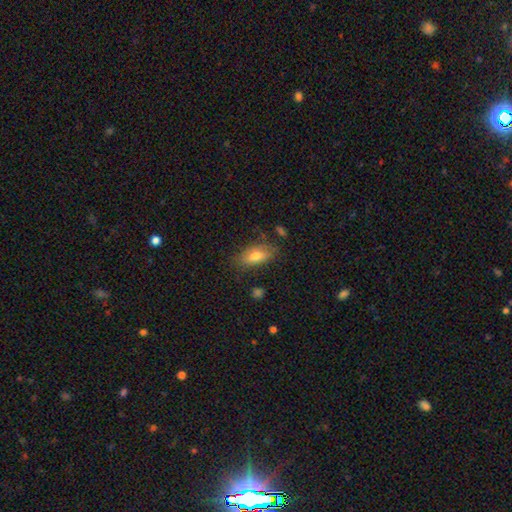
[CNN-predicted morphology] Smooth or featured?
  - smooth: 76% *
  - featured or disk: 17%
  - star or artifact: 8%
How rounded?
  - in between: 85% *
  - cigar-shaped: 11%
  - round: 4%
Merging?
  - none: 73% *
  - minor disturbance: 19%
  - major disturbance: 5%
  - merger: 3%